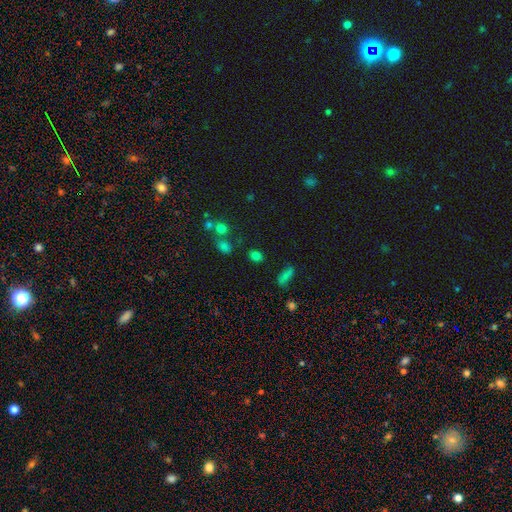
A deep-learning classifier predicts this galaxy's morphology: A smooth galaxy with no disk features (73%) that is in between round and cigar-shaped (49%).

Vote fractions:
- Smooth or featured? smooth: 73% / star or artifact: 20% / featured or disk: 7%
- How rounded? in between: 49% / round: 48% / cigar-shaped: 3%
- Merging? none: 74% / minor disturbance: 13% / merger: 8% / major disturbance: 5%